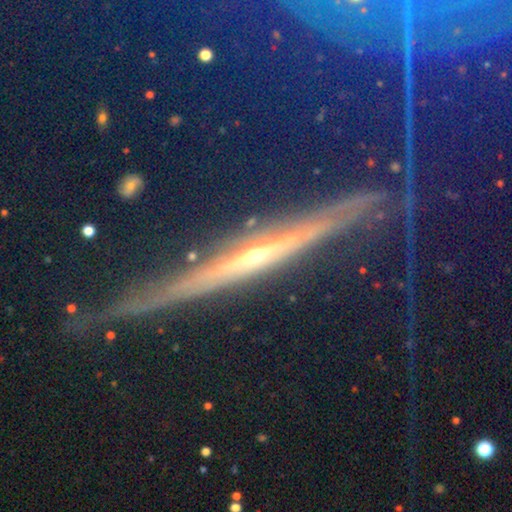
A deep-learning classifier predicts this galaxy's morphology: A featured or disk galaxy (56%) viewed edge-on (73%). Merging: none (69%).